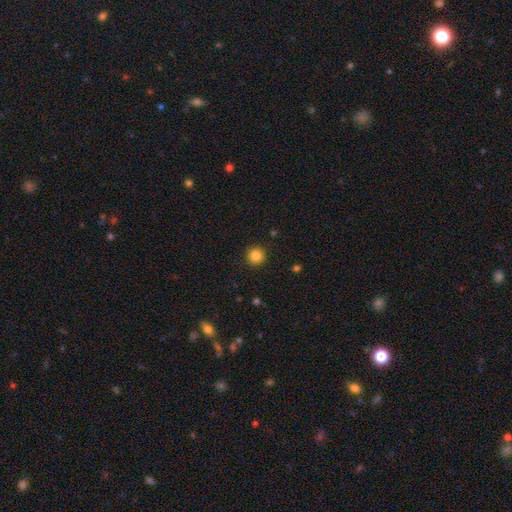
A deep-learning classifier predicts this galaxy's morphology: A smooth galaxy with no disk features (84%) that is round (95%).

Vote fractions:
- Smooth or featured? smooth: 84% / star or artifact: 11% / featured or disk: 4%
- How rounded? round: 95% / in between: 4% / cigar-shaped: 1%
- Merging? none: 92% / minor disturbance: 5% / major disturbance: 2% / merger: 1%